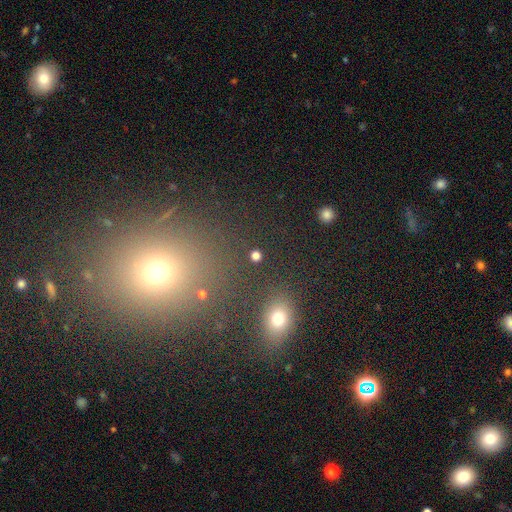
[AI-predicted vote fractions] The model was most divided on "smooth or featured": smooth: 76%, star or artifact: 19%, featured or disk: 5%. More confident: merging — none (89%); how rounded — round (86%).